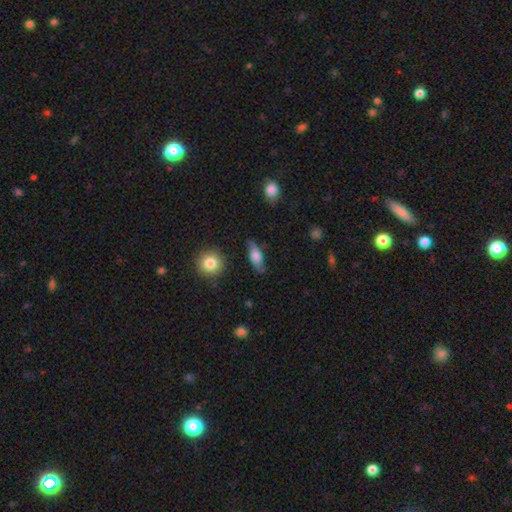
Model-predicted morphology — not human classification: The model was most divided on "smooth or featured": smooth: 58%, featured or disk: 34%, star or artifact: 8%. More confident: merging — none (73%); how rounded — in between (70%).